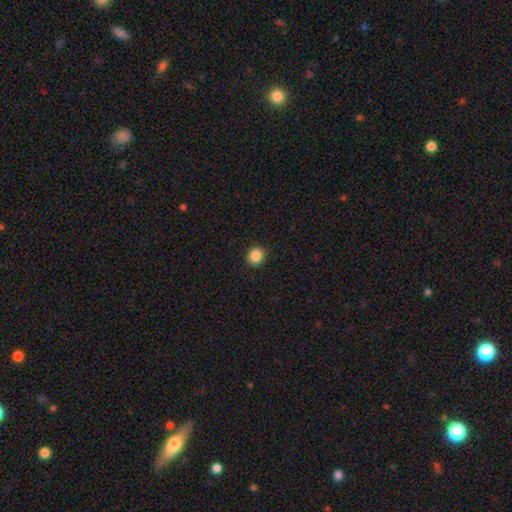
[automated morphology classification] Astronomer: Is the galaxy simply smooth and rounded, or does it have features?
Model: smooth — 87%.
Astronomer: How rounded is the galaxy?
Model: round — 83%.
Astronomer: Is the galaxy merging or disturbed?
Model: none — 91%.